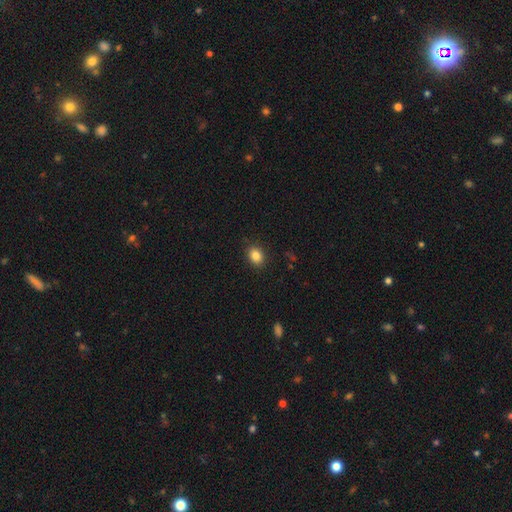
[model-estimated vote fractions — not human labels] smooth-or-featured: smooth: 85% | star or artifact: 10% | featured or disk: 5%
  how-rounded: in between: 53% | round: 46% | cigar-shaped: 1%
  merging: none: 89% | minor disturbance: 8% | major disturbance: 2% | merger: 1%